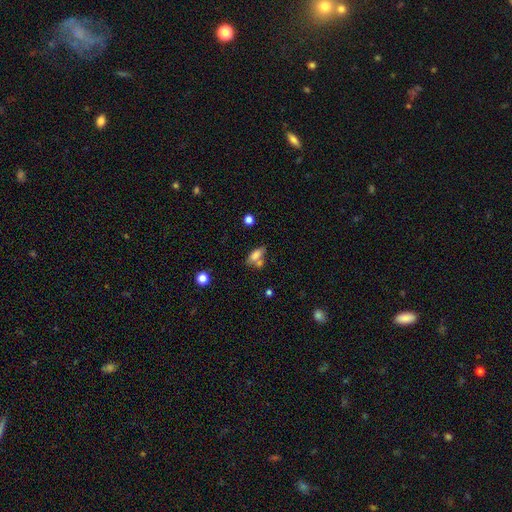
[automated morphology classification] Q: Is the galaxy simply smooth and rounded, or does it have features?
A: smooth — 72%.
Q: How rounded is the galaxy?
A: in between — 76%.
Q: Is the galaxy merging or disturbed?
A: none — 43%.